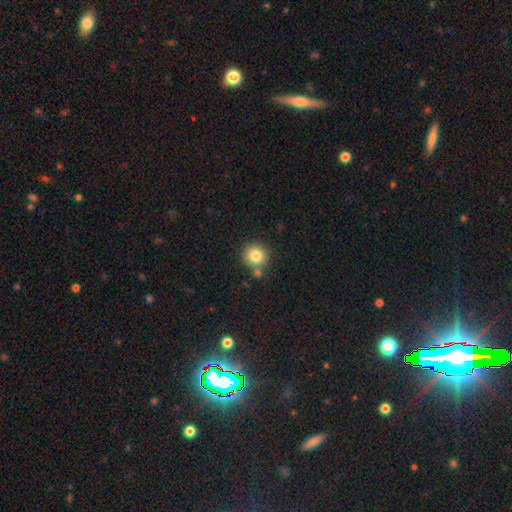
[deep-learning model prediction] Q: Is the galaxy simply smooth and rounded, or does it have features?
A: smooth — 82%.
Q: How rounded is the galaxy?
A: round — 91%.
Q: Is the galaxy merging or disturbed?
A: none — 74%.